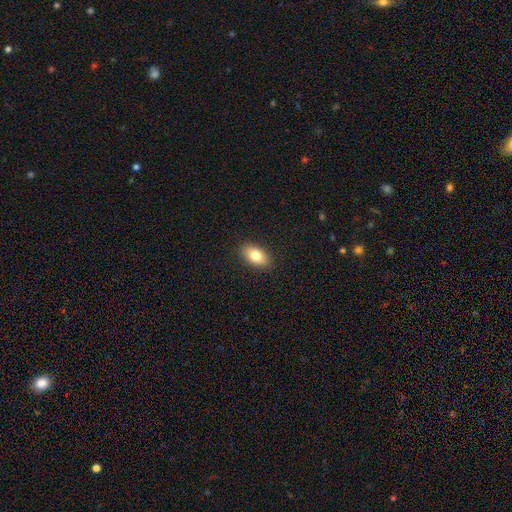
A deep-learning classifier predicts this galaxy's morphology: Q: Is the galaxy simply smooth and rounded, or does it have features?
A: smooth — 80%.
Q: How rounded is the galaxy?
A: in between — 91%.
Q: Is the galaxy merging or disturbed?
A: none — 89%.